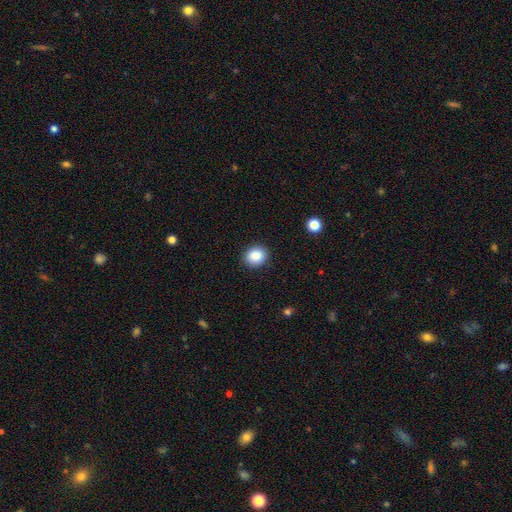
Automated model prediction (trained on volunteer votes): The model was most divided on "how rounded": round: 71%, in between: 28%, cigar-shaped: 1%. More confident: merging — none (90%); smooth or featured — smooth (86%).